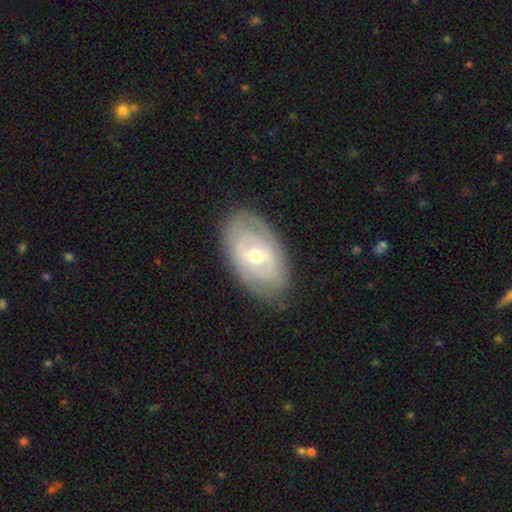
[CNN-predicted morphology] Smooth or featured: featured or disk — 65% (smooth — 29%)
Edge-on disk: no — 92% (yes — 8%)
Bar: no — 58% (weak — 31%)
Spiral arms: yes — 53% (no — 47%)
Bulge size: moderate — 57% (small — 39%)
Merging: none — 80% (minor disturbance — 14%)